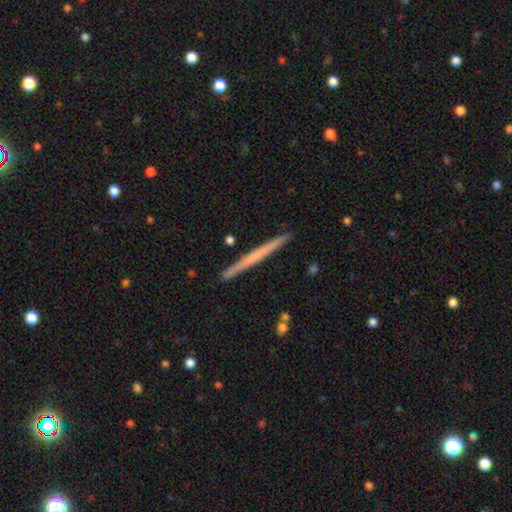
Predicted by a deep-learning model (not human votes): smooth_or_featured: featured or disk (p=0.48) [alt: smooth p=0.46]
merging: none (p=0.92) [alt: minor disturbance p=0.06]